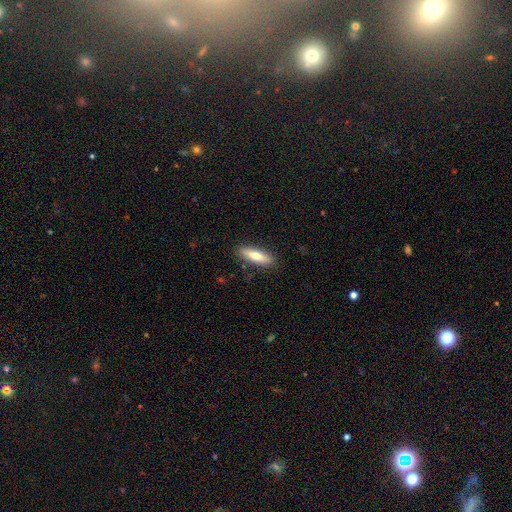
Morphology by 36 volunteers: Smooth or featured? smooth (75%)
How rounded? cigar-shaped (67%)
Merging? none (89%)